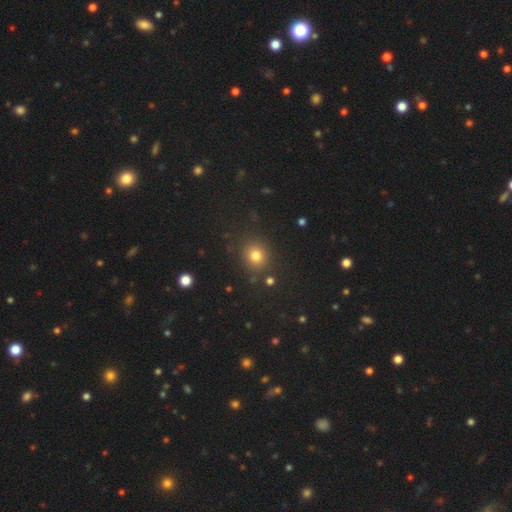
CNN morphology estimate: This is likely a smooth galaxy (76%). How rounded: clearly round (82%). Merging: clearly none (85%).